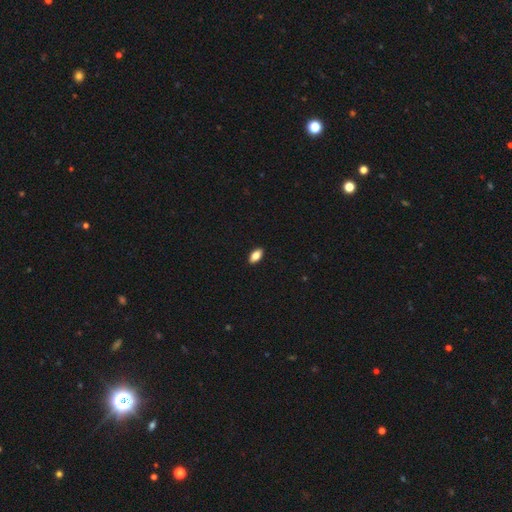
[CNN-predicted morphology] The model was most divided on "smooth or featured": smooth: 83%, featured or disk: 10%, star or artifact: 7%. More confident: merging — none (91%); how rounded — in between (90%).